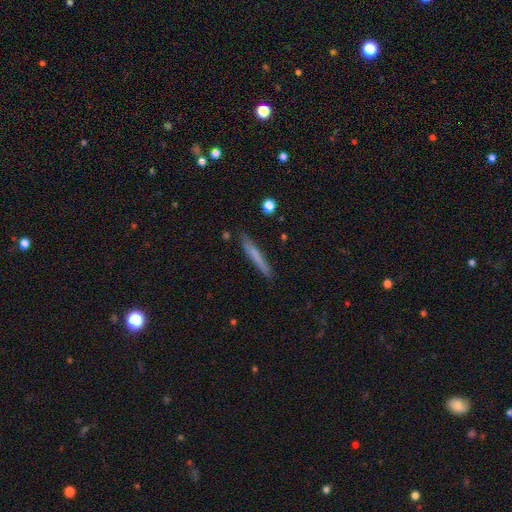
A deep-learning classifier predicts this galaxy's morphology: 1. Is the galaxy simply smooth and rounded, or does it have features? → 64% smooth, 29% featured or disk, 6% star or artifact.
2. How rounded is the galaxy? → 96% cigar-shaped, 3% in between, 1% round.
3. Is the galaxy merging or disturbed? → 87% none, 9% minor disturbance, 2% major disturbance, 2% merger.